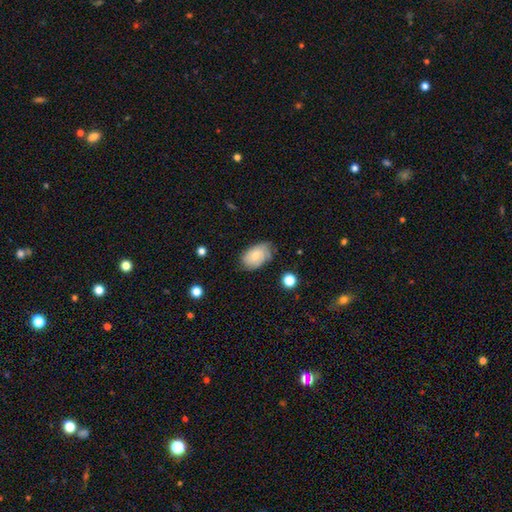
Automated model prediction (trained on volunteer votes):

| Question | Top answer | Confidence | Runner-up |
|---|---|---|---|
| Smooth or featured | smooth | 58% | featured or disk (34%) |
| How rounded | in between | 89% | round (10%) |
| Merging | none | 63% | minor disturbance (28%) |